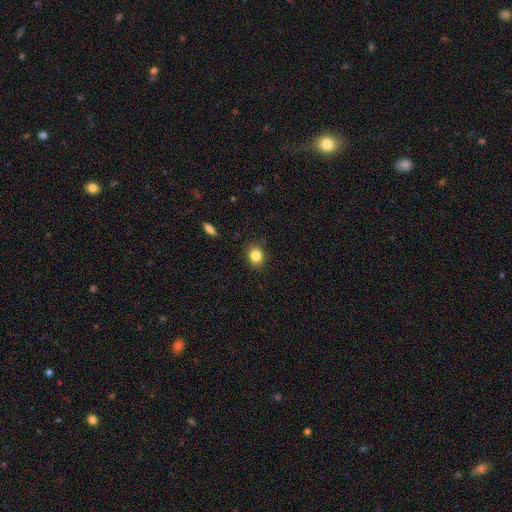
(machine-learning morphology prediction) Overall: smooth (84%). How rounded: round (65%; in between 34%). Merging: none (86%).